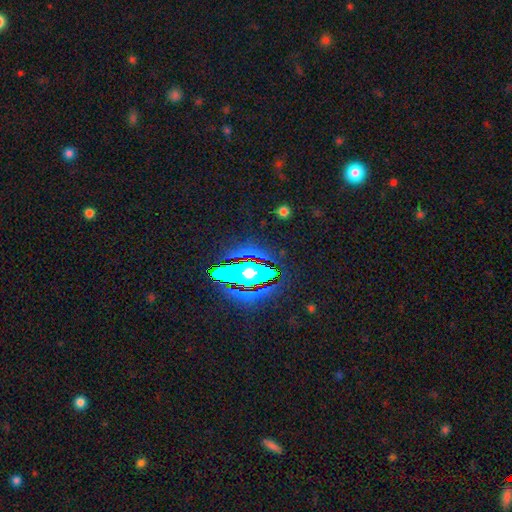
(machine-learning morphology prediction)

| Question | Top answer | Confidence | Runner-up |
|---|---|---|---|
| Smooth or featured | star or artifact | 82% | smooth (10%) |